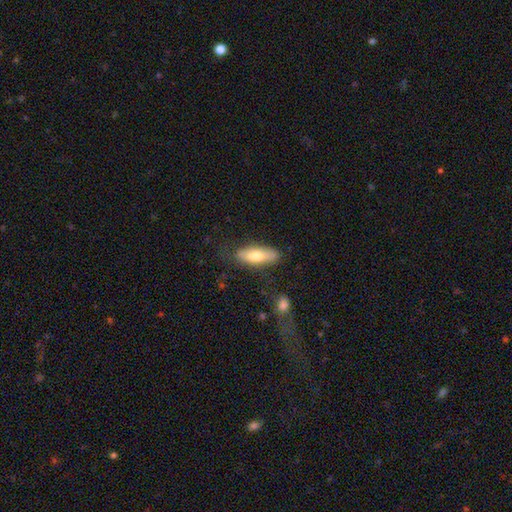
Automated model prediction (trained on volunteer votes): A smooth galaxy with no disk features (70%) that is in between round and cigar-shaped (62%). Merging: none (76%).